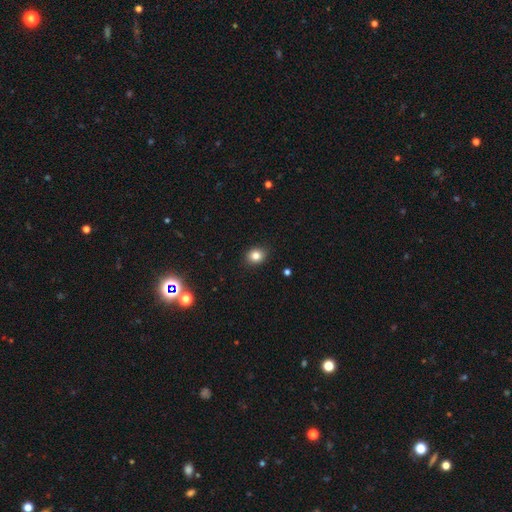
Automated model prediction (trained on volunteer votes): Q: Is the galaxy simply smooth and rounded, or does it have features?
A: smooth — 82%.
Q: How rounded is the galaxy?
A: round — 66%.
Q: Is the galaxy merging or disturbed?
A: none — 90%.